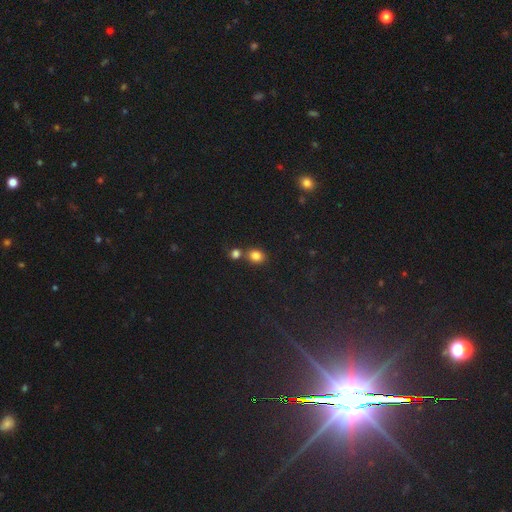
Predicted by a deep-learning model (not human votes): Smooth or featured? smooth (82%)
How rounded? round (58%)
Merging? none (59%)